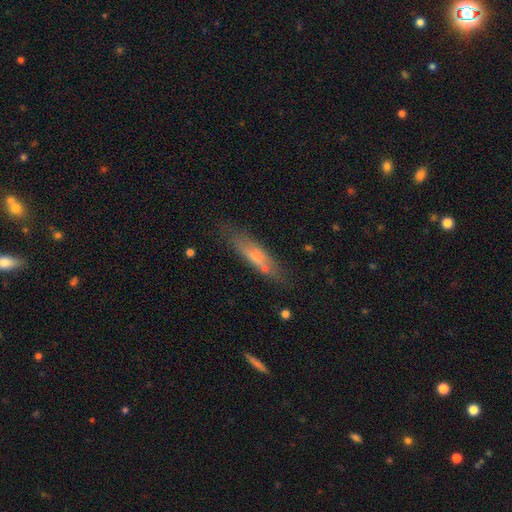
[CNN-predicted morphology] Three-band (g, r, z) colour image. It shows a smooth galaxy with no disk features (58%) that is cigar-shaped (75%). Merging: none (70%).